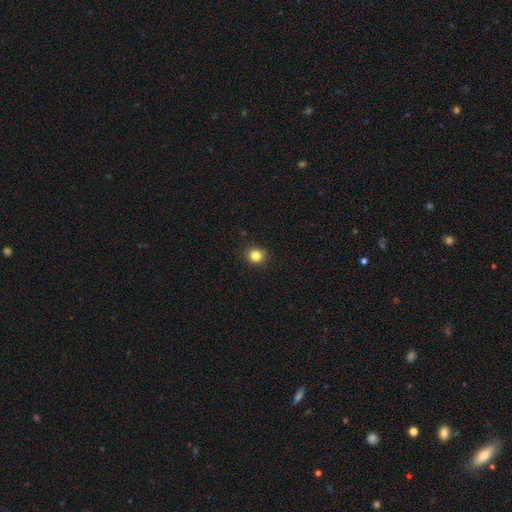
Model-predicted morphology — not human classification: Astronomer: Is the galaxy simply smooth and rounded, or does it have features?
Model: smooth — 83%.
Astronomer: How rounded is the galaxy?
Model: round — 84%.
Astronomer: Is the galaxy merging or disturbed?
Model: none — 90%.